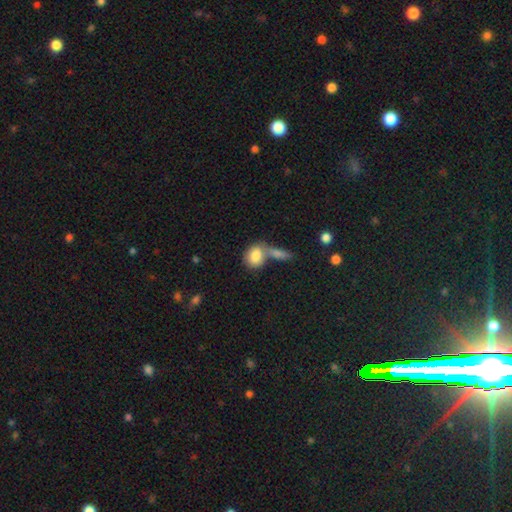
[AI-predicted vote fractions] Overall: smooth (82%). How rounded: round (49%; in between 48%). Merging: merger (46%; none 38%).